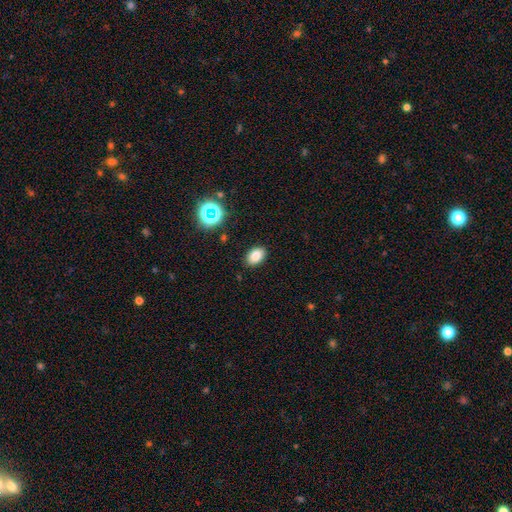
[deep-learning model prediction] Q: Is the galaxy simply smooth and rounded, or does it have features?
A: smooth — 81%.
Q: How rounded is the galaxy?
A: in between — 86%.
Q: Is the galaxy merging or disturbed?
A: none — 88%.